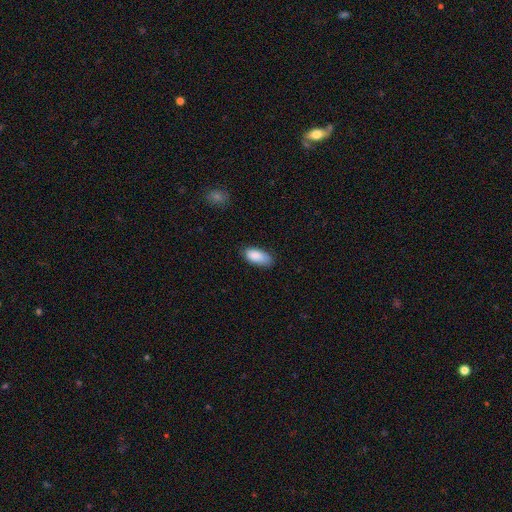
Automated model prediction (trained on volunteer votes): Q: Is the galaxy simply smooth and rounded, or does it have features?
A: smooth — 88%.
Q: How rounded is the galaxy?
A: in between — 89%.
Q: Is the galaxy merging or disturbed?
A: none — 74%.